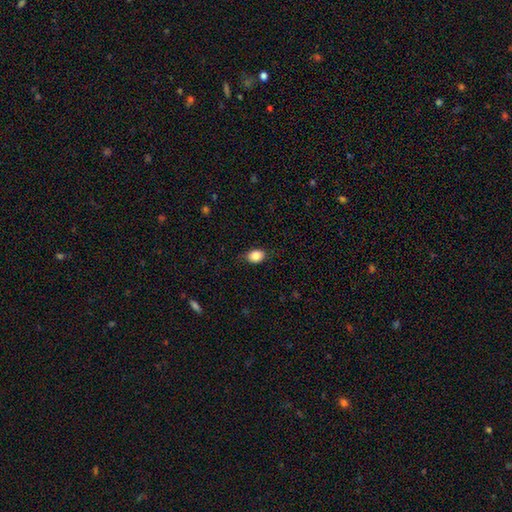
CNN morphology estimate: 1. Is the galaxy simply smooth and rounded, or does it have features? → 86% smooth, 9% star or artifact, 5% featured or disk.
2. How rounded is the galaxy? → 66% in between, 33% round, 1% cigar-shaped.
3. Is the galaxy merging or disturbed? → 80% none, 16% minor disturbance, 3% major disturbance, 1% merger.